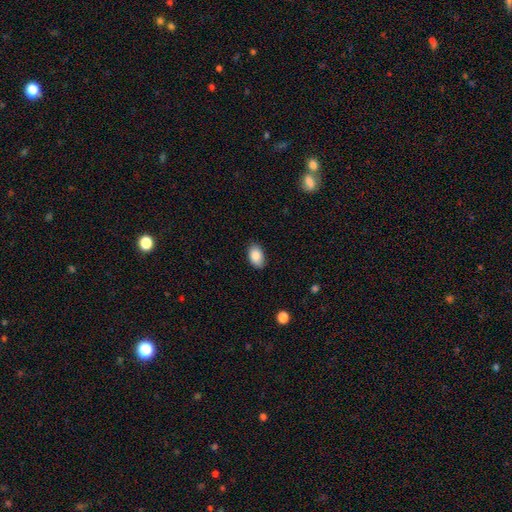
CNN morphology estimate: Smooth or featured?
  - smooth: 88% *
  - star or artifact: 7%
  - featured or disk: 5%
How rounded?
  - in between: 91% *
  - round: 8%
  - cigar-shaped: 1%
Merging?
  - none: 85% *
  - minor disturbance: 12%
  - major disturbance: 2%
  - merger: 1%